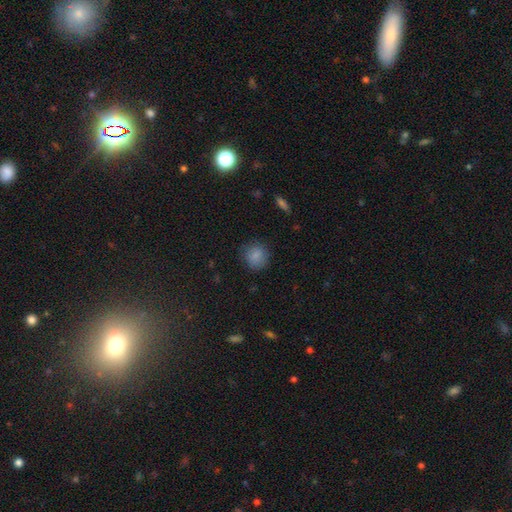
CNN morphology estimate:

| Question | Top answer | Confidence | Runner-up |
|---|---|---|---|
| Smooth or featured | smooth | 85% | star or artifact (9%) |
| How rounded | round | 87% | in between (12%) |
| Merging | none | 82% | minor disturbance (14%) |